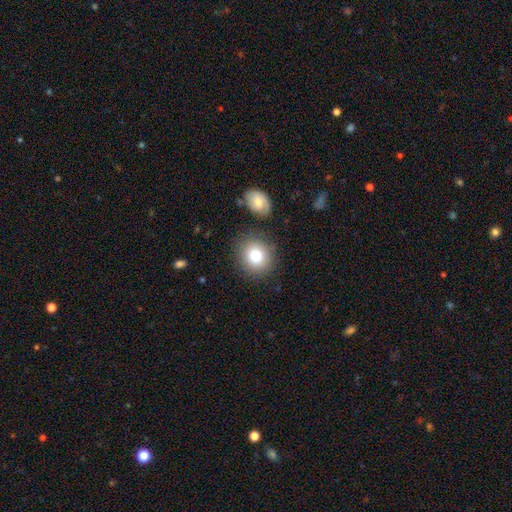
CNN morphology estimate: Overall: smooth (79%). How rounded: round (82%). Merging: none (82%).